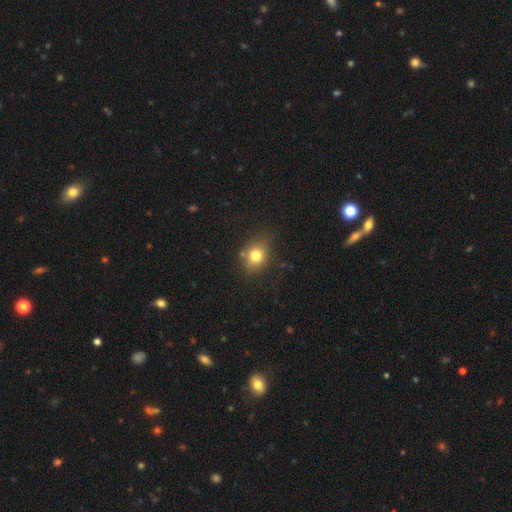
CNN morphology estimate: smooth_or_featured: smooth (p=0.78) [alt: star or artifact p=0.13]
how_rounded: round (p=0.60) [alt: in between p=0.38]
merging: none (p=0.73) [alt: minor disturbance p=0.19]